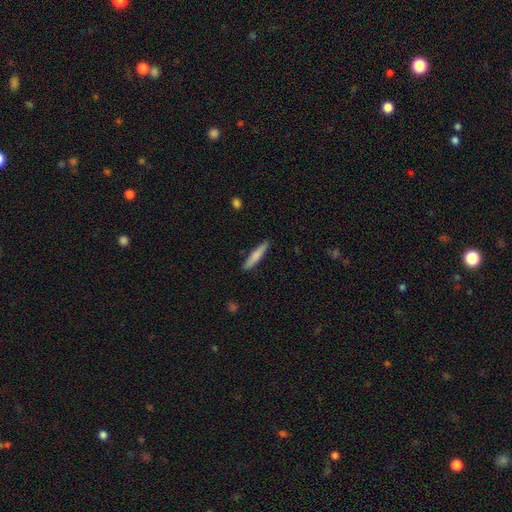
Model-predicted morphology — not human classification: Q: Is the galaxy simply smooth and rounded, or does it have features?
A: smooth — 74%.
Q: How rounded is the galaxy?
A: cigar-shaped — 91%.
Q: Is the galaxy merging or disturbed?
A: none — 88%.